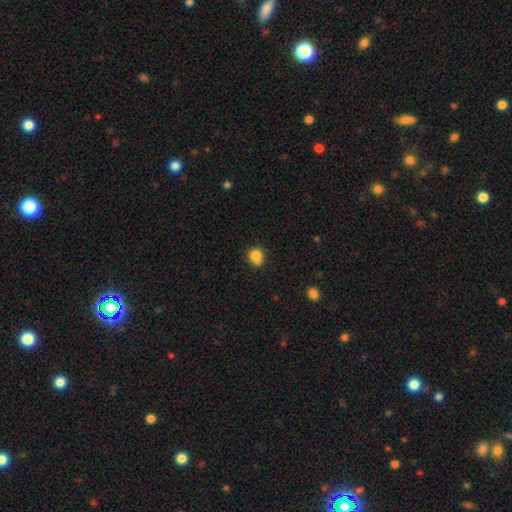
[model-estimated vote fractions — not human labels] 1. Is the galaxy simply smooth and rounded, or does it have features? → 79% smooth, 11% star or artifact, 10% featured or disk.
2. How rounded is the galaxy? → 77% round, 22% in between, 1% cigar-shaped.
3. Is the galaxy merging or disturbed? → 49% none, 28% merger, 17% minor disturbance, 6% major disturbance.